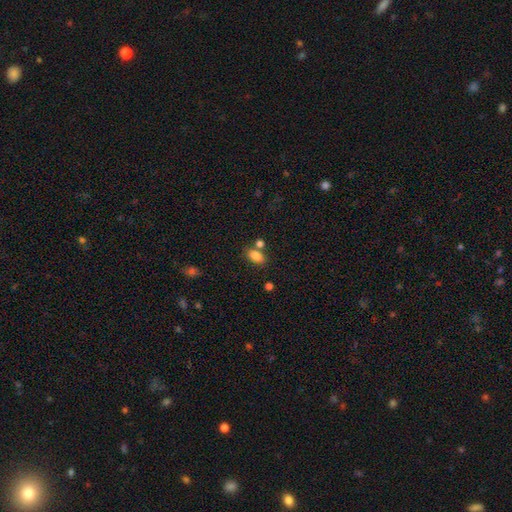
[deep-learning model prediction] smooth_or_featured: smooth (p=0.84) [alt: star or artifact p=0.09]
how_rounded: in between (p=0.87) [alt: round p=0.10]
merging: none (p=0.65) [alt: merger p=0.18]